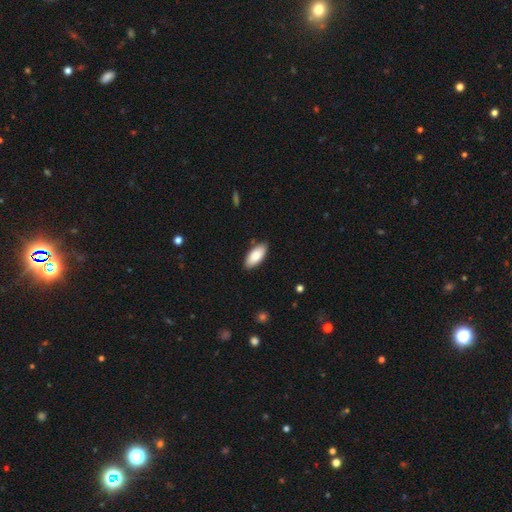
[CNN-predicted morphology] Smooth or featured? smooth (87%)
How rounded? in between (89%)
Merging? none (85%)